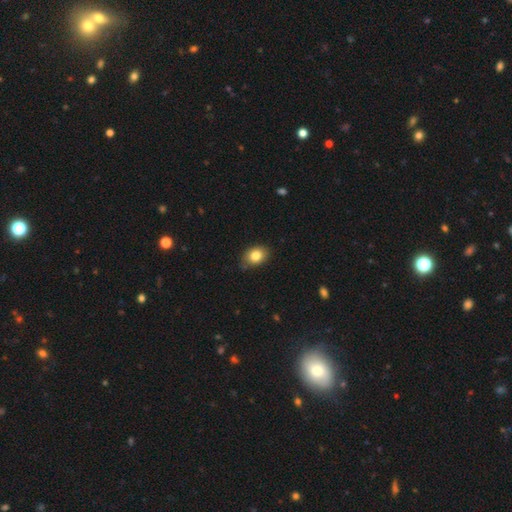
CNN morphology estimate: Smooth or featured? smooth (83%)
How rounded? in between (68%)
Merging? none (80%)